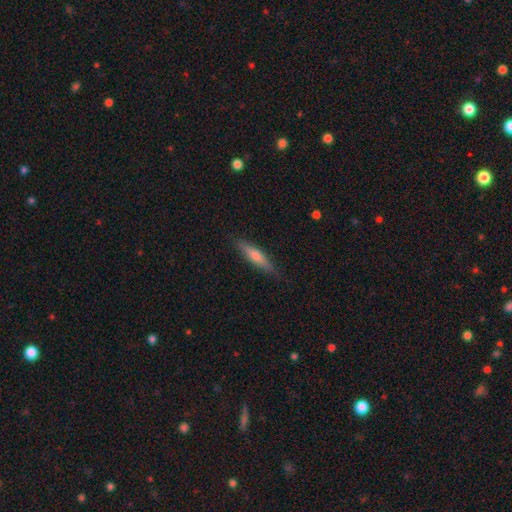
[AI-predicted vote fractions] Smooth or featured: smooth — 49% (featured or disk — 44%)
Merging: none — 87% (minor disturbance — 10%)